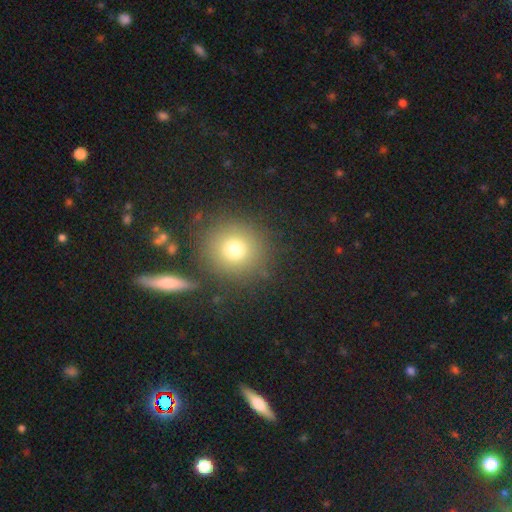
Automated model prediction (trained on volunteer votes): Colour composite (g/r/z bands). It shows a smooth galaxy with no disk features (62%) that is round (92%). Merging: none (86%).